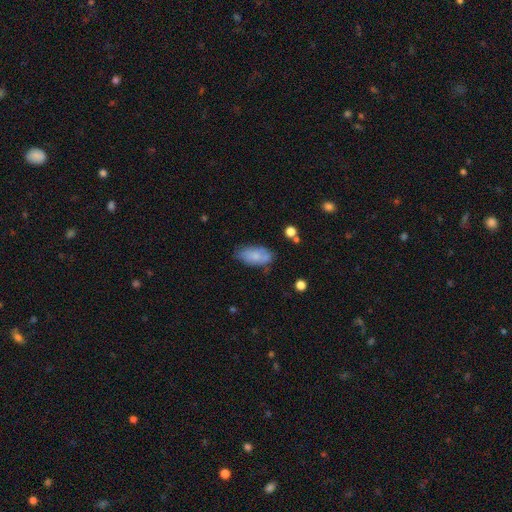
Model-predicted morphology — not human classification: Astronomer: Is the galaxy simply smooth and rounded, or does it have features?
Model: smooth — 71%.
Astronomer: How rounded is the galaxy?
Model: in between — 90%.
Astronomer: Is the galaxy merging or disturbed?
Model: none — 61%.